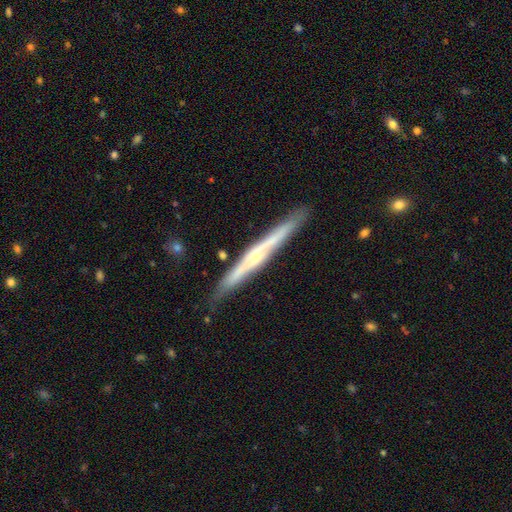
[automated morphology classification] The model was most divided on "edge-on bulge": rounded: 52%, none: 36%, boxy: 12%. More confident: edge-on disk — yes (97%); merging — none (84%); smooth or featured — featured or disk (68%).